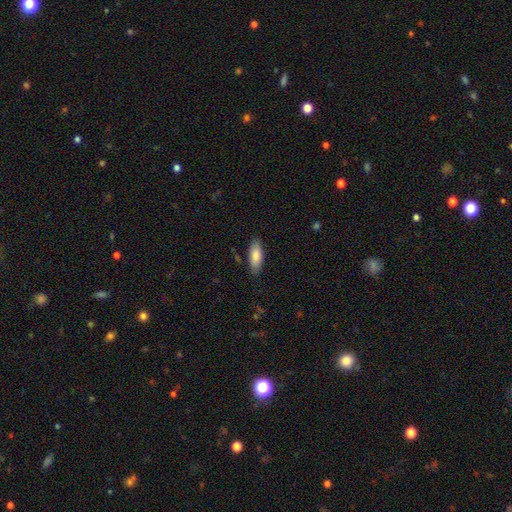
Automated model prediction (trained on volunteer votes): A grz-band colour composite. It shows a smooth galaxy with no disk features (82%) that is in between round and cigar-shaped (74%). Merging: none (84%).